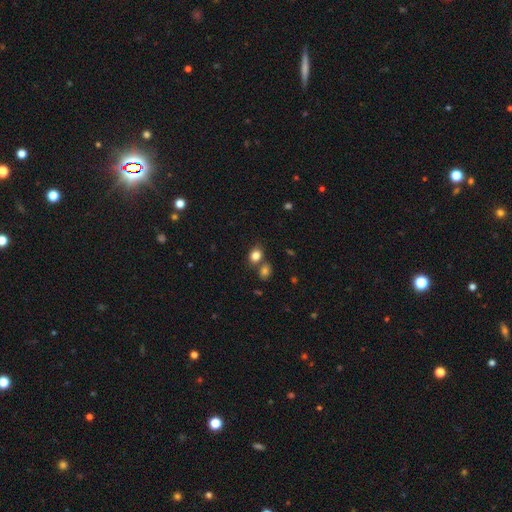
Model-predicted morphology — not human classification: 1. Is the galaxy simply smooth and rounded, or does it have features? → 82% smooth, 11% star or artifact, 6% featured or disk.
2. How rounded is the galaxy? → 51% in between, 48% round, 1% cigar-shaped.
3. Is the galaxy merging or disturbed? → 61% none, 24% merger, 11% minor disturbance, 4% major disturbance.